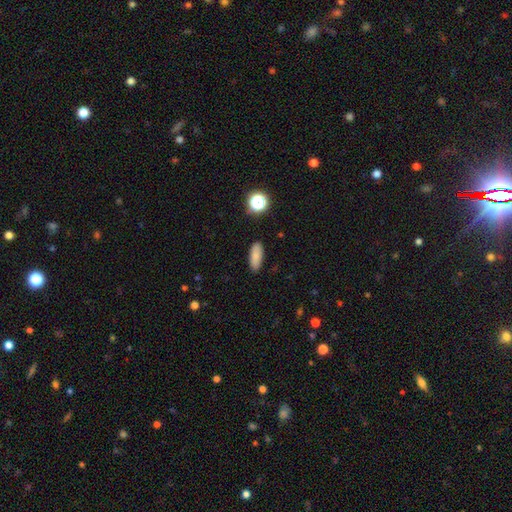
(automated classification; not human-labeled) smooth 84%, star or artifact 10%, featured or disk 6%. Down the decision tree: how rounded — in between (70%); merging — none (88%).